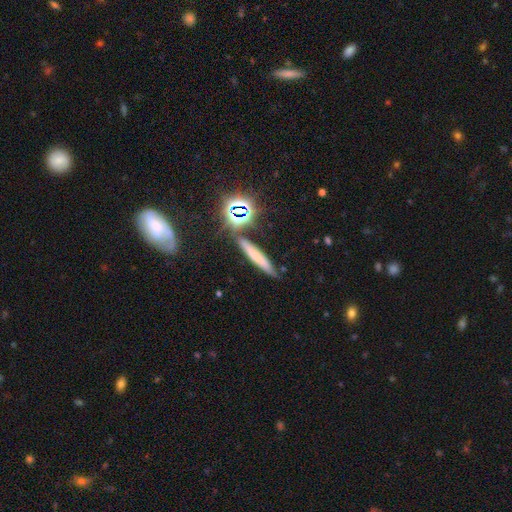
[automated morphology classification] Overall: smooth (53%; featured or disk 24%). How rounded: cigar-shaped (86%). Merging: none (80%).